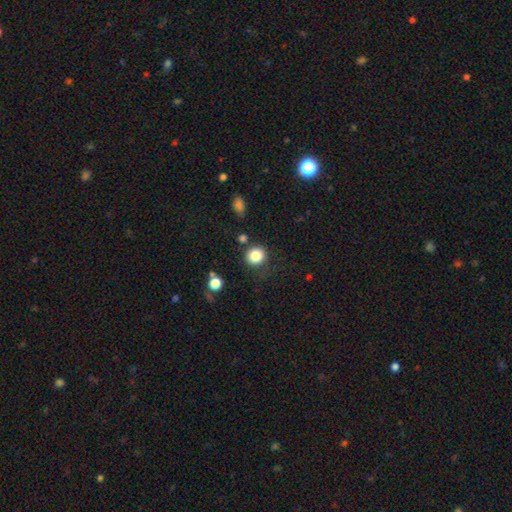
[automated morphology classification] Smooth or featured? smooth (84%)
How rounded? round (87%)
Merging? none (76%)